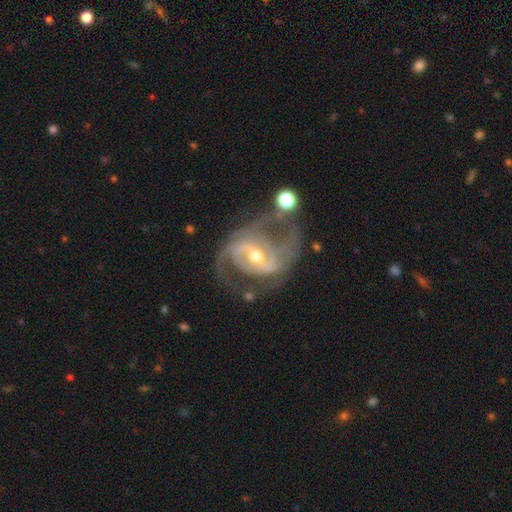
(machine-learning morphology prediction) This appears to be a featured or disk galaxy (89%) with a weak bar (41%), 2 (77%) medium (52%) spiral arms (95%) and a moderate central bulge (58%). Merging: none (48%).